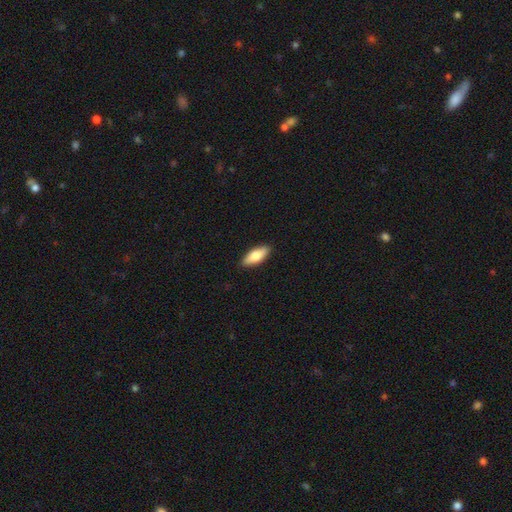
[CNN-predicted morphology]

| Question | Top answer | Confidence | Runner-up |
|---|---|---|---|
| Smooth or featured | smooth | 77% | featured or disk (17%) |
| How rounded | in between | 76% | cigar-shaped (22%) |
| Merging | none | 89% | minor disturbance (9%) |